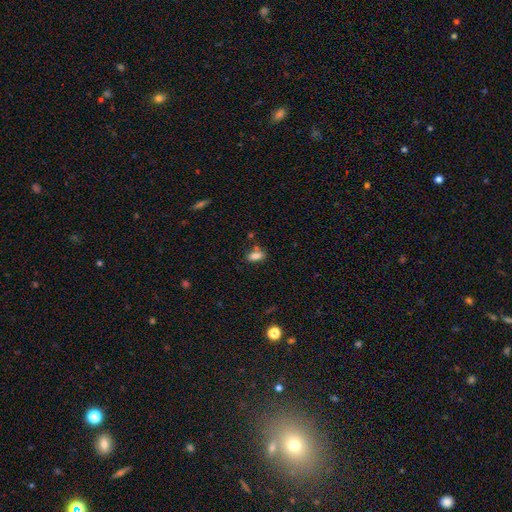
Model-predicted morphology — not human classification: Smooth or featured?
  - smooth: 82% *
  - star or artifact: 10%
  - featured or disk: 8%
How rounded?
  - in between: 82% *
  - cigar-shaped: 13%
  - round: 4%
Merging?
  - none: 65% *
  - minor disturbance: 16%
  - merger: 14%
  - major disturbance: 5%